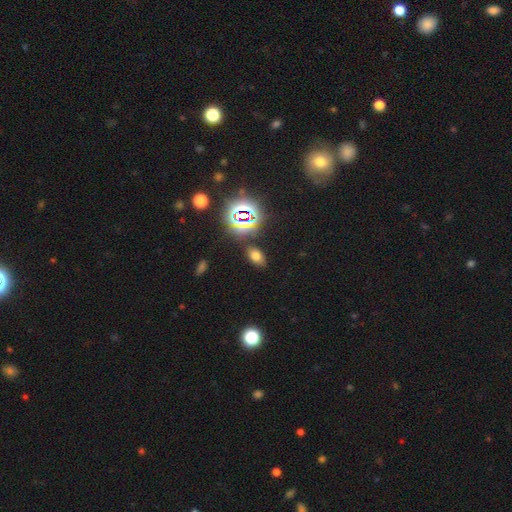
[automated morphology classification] Overall: smooth (59%; star or artifact 32%). How rounded: in between (86%). Merging: none (83%).